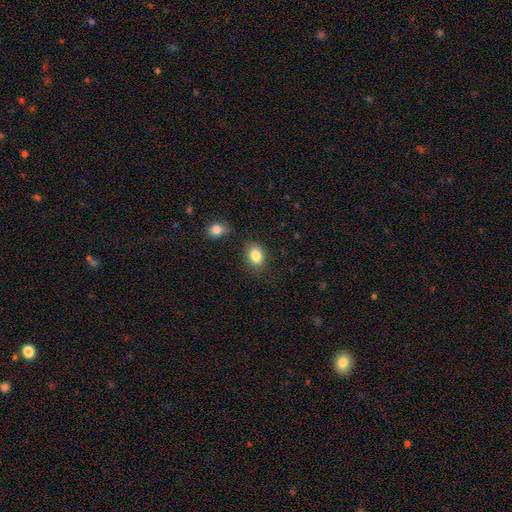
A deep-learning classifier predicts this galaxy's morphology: This is clearly a smooth galaxy (85%). How rounded: likely in between (66%). Merging: likely none (80%).